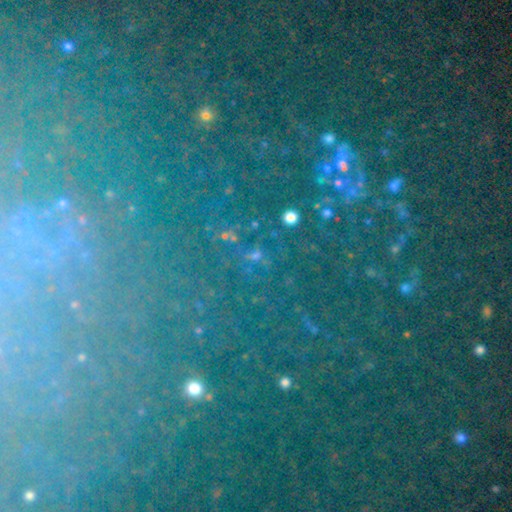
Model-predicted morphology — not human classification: Smooth or featured: star or artifact — 78% (smooth — 13%)